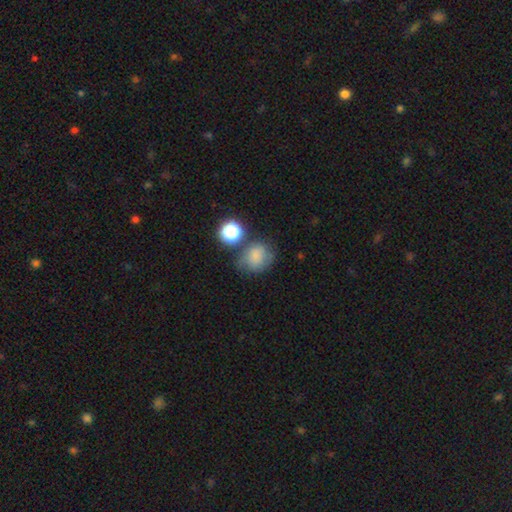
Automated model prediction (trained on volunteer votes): Smooth or featured? smooth (74%)
How rounded? round (64%)
Merging? none (53%)